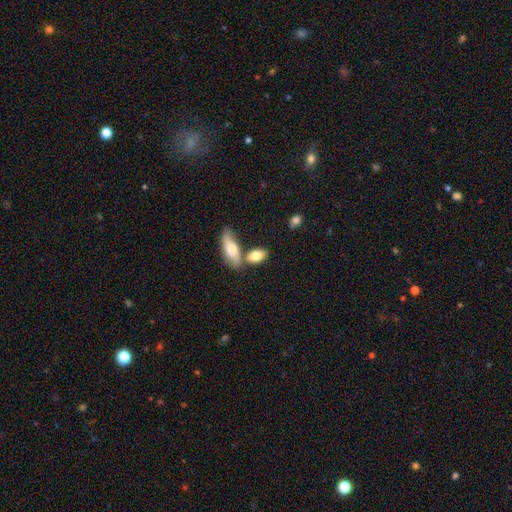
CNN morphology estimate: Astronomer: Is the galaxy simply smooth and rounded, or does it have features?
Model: smooth — 79%.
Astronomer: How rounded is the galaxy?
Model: in between — 87%.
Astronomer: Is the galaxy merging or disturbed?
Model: none — 51% (runner-up: merger, 31%).